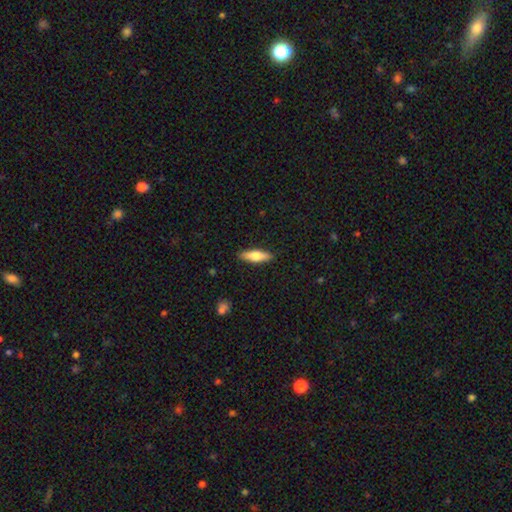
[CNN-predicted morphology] smooth_or_featured: smooth (p=0.61) [alt: featured or disk p=0.33]
how_rounded: cigar-shaped (p=0.58) [alt: in between p=0.39]
merging: none (p=0.89) [alt: minor disturbance p=0.08]